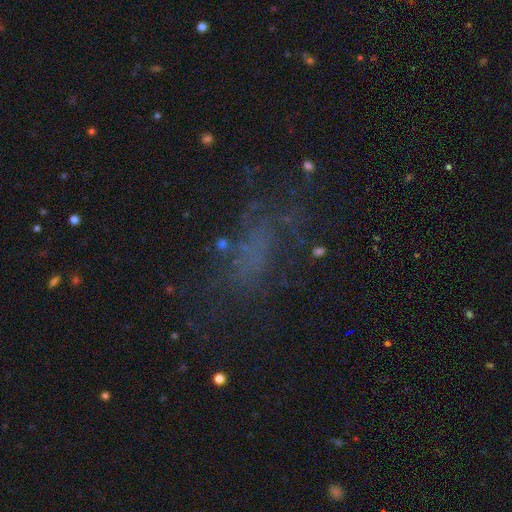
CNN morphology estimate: Smooth or featured? Predicted: smooth (p=0.39). Merging? Predicted: none (p=0.48).